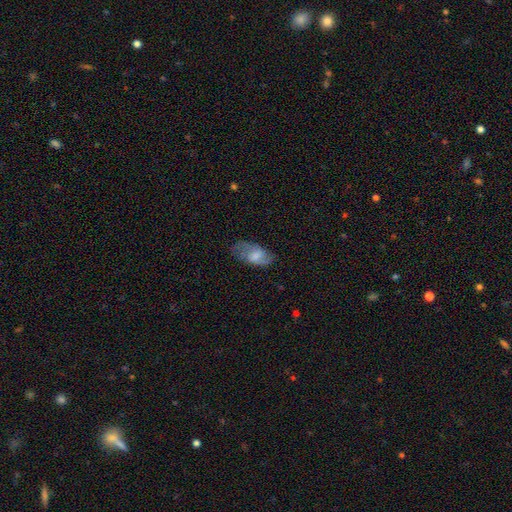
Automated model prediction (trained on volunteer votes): smooth_or_featured: smooth (p=0.49) [alt: featured or disk p=0.44]
merging: none (p=0.63) [alt: minor disturbance p=0.24]